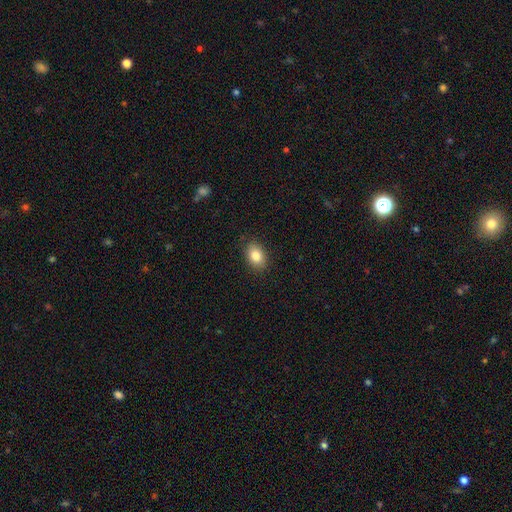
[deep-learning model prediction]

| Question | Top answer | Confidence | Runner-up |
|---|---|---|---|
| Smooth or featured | smooth | 84% | star or artifact (9%) |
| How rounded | in between | 78% | round (21%) |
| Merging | none | 86% | minor disturbance (10%) |